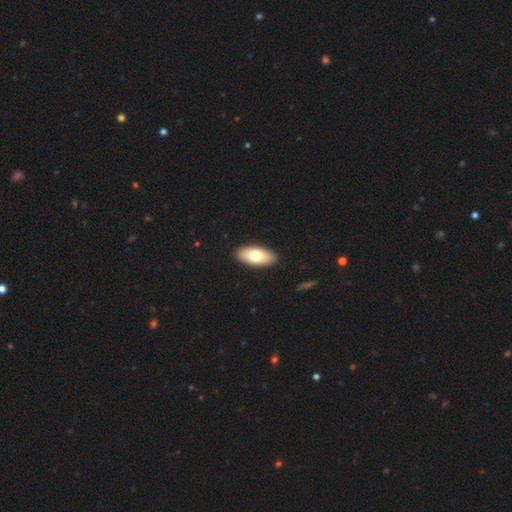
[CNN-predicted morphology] This is likely a smooth galaxy (71%). How rounded: clearly in between (91%). Merging: clearly none (91%).